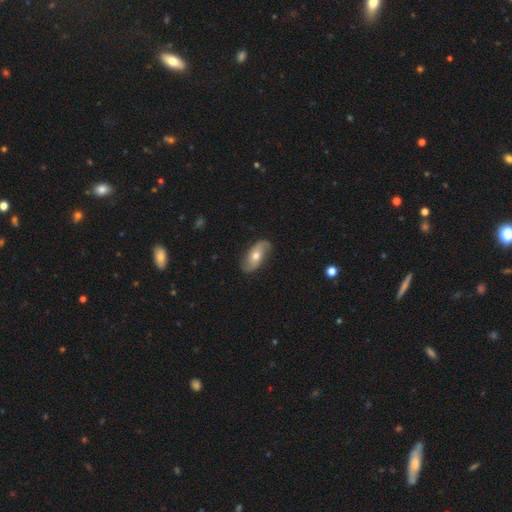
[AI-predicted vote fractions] Smooth or featured?
  - featured or disk: 61% *
  - smooth: 33%
  - star or artifact: 6%
Edge-on disk?
  - no: 89% *
  - yes: 11%
Bar?
  - no: 71% *
  - weak: 21%
  - strong: 7%
Spiral arms?
  - yes: 84% *
  - no: 16%
Bulge size?
  - moderate: 70% *
  - small: 22%
  - large: 5%
  - none: 1%
  - dominant: 1%
Merging?
  - none: 79% *
  - minor disturbance: 16%
  - major disturbance: 4%
  - merger: 1%